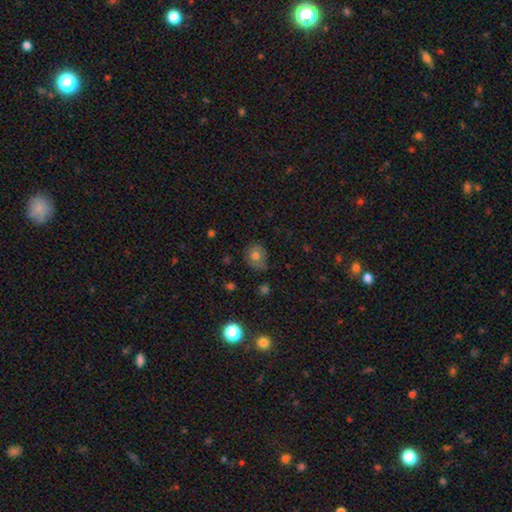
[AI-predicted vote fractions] Smooth or featured?
  - smooth: 70% *
  - featured or disk: 18%
  - star or artifact: 12%
How rounded?
  - round: 68% *
  - in between: 31%
  - cigar-shaped: 1%
Merging?
  - none: 64% *
  - minor disturbance: 27%
  - major disturbance: 7%
  - merger: 2%